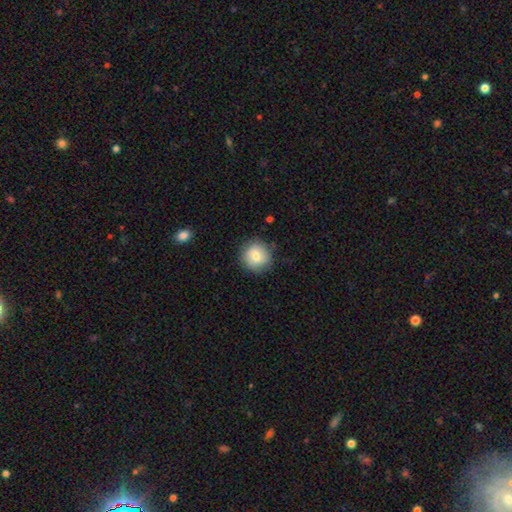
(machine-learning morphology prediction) Smooth or featured?
  - smooth: 78% *
  - featured or disk: 14%
  - star or artifact: 8%
How rounded?
  - round: 90% *
  - in between: 9%
  - cigar-shaped: 1%
Merging?
  - none: 84% *
  - minor disturbance: 12%
  - major disturbance: 3%
  - merger: 1%